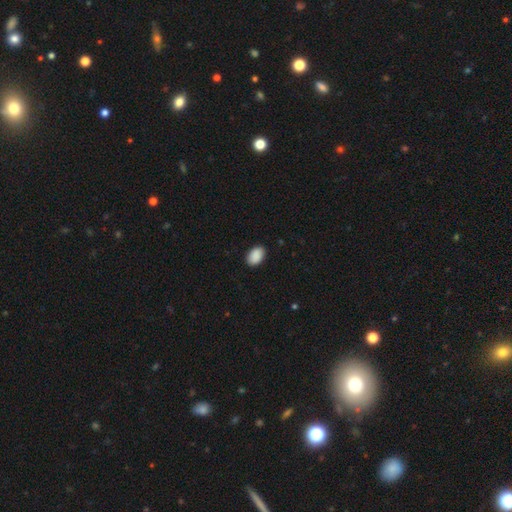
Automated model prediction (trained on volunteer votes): Overall: smooth (91%). How rounded: in between (89%). Merging: none (89%).